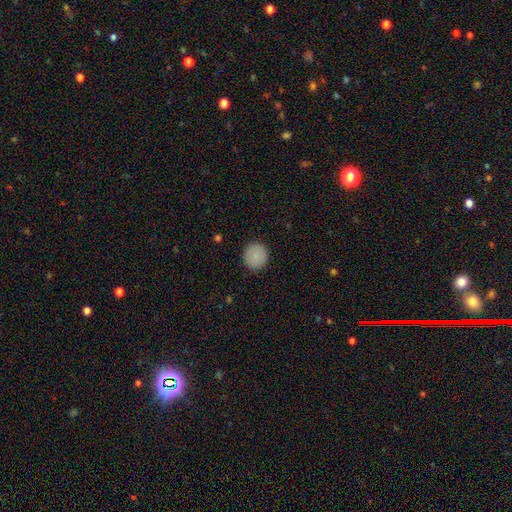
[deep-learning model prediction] Q: Smooth or featured?
A: smooth (87%); runner-up: star or artifact (8%)
Q: How rounded?
A: round (94%); runner-up: in between (5%)
Q: Merging?
A: none (92%); runner-up: minor disturbance (6%)